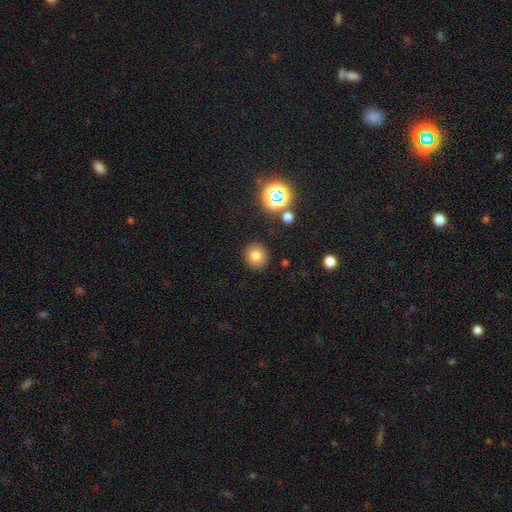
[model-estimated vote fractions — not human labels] This is likely a smooth galaxy (76%). How rounded: clearly round (87%). Merging: clearly none (89%).